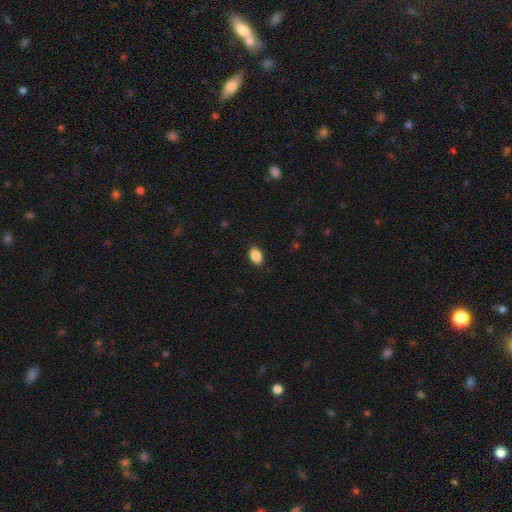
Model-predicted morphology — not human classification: type=smooth (88%); roundness=in between (88%); merging=none (87%).